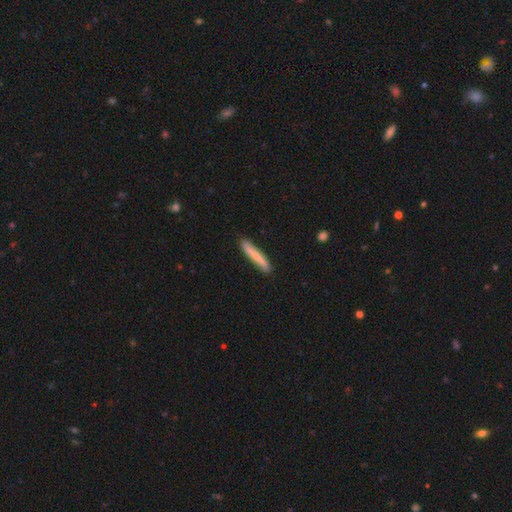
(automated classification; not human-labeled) Smooth or featured? Predicted: smooth (p=0.69). How rounded? Predicted: cigar-shaped (p=0.94). Merging? Predicted: none (p=0.86).